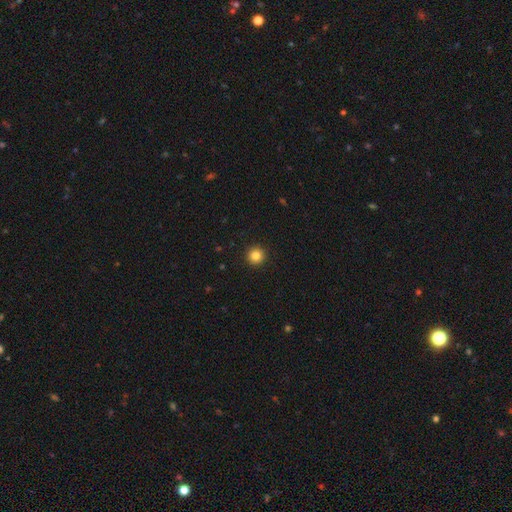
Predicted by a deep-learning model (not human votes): Smooth or featured: smooth — 84% (star or artifact — 11%)
How rounded: round — 95% (in between — 4%)
Merging: none — 93% (minor disturbance — 4%)